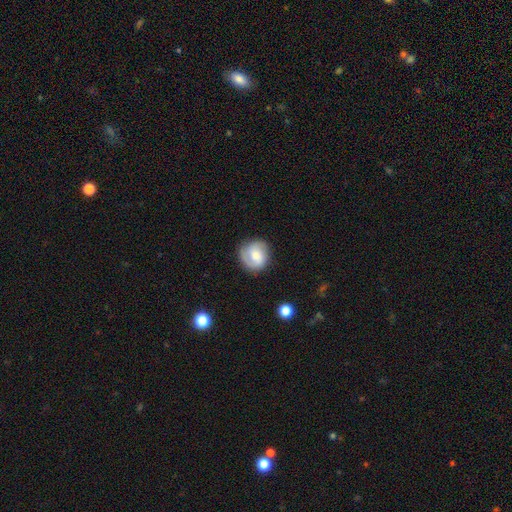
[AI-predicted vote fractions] smooth_or_featured: smooth (p=0.49) [alt: featured or disk p=0.43]
merging: none (p=0.79) [alt: minor disturbance p=0.15]